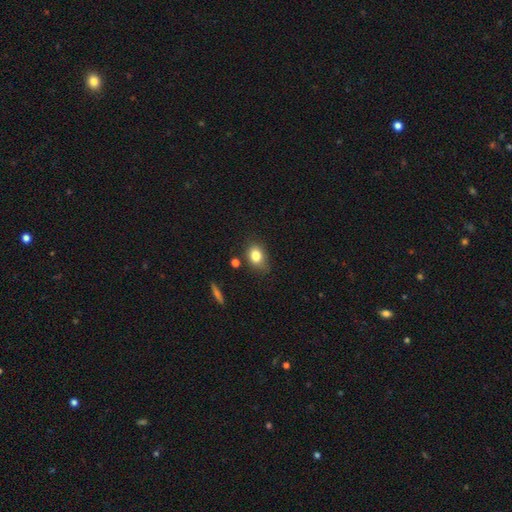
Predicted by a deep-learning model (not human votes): smooth 81%, star or artifact 10%, featured or disk 9%. Down the decision tree: how rounded — in between (63%); merging — none (72%).